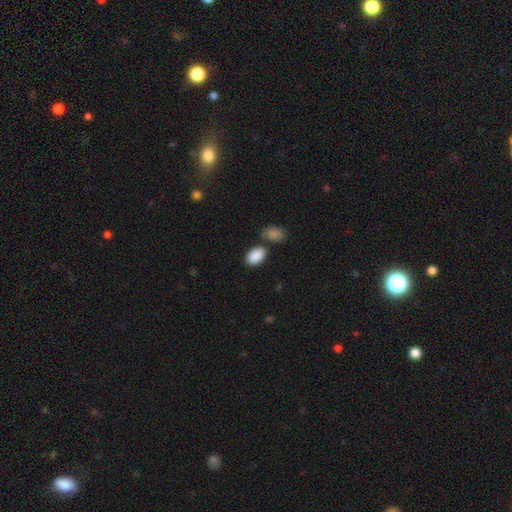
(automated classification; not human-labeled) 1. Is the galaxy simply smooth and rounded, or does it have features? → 90% smooth, 6% star or artifact, 3% featured or disk.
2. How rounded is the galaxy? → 91% in between, 8% round, 1% cigar-shaped.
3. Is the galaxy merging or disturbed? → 68% none, 16% merger, 12% minor disturbance, 4% major disturbance.